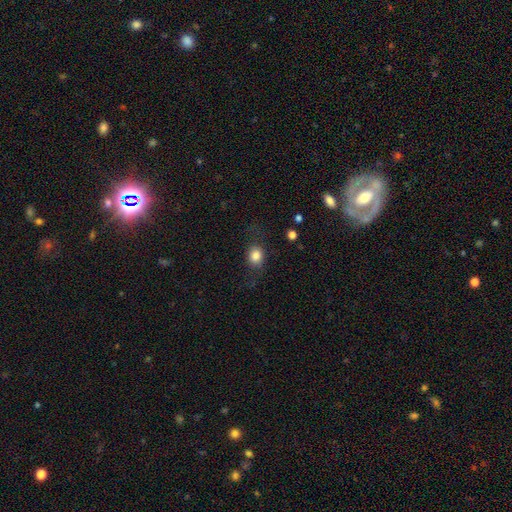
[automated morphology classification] This appears to be a smooth galaxy with no disk features (81%) that is round (58%). Merging: none (71%).